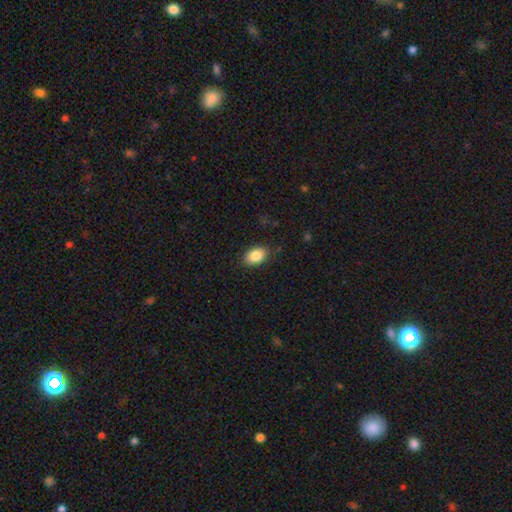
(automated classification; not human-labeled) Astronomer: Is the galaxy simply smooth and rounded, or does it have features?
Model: smooth — 85%.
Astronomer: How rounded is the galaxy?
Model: in between — 86%.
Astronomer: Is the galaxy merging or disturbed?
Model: none — 83%.